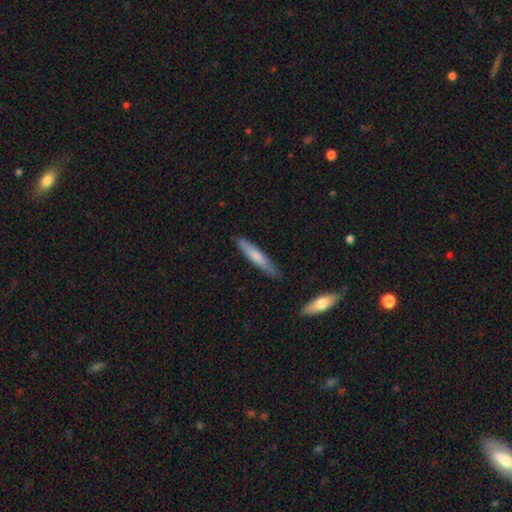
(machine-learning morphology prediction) A smooth galaxy with no disk features (69%) that is cigar-shaped (91%).

Vote fractions:
- Smooth or featured? smooth: 69% / featured or disk: 26% / star or artifact: 5%
- How rounded? cigar-shaped: 91% / in between: 8% / round: 1%
- Merging? none: 83% / minor disturbance: 13% / major disturbance: 2% / merger: 2%